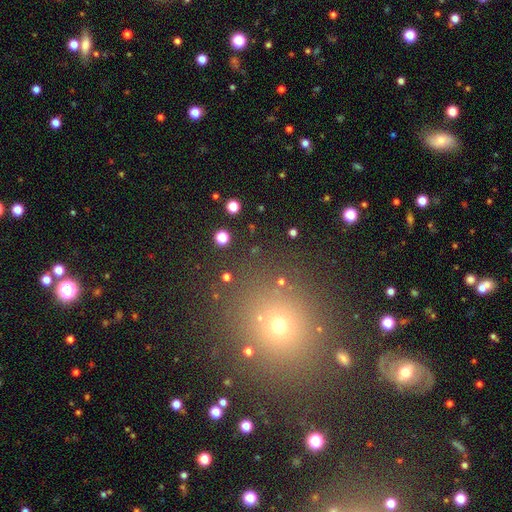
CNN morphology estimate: Smooth or featured?
  - smooth: 49% *
  - star or artifact: 42%
  - featured or disk: 10%
Merging?
  - none: 85% *
  - minor disturbance: 8%
  - merger: 4%
  - major disturbance: 4%